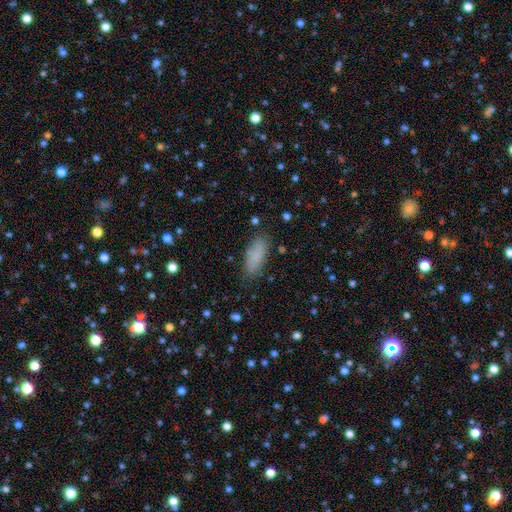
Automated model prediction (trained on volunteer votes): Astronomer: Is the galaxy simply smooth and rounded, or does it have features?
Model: smooth — 86%.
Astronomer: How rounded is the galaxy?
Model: in between — 76%.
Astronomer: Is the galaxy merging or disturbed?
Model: none — 84%.